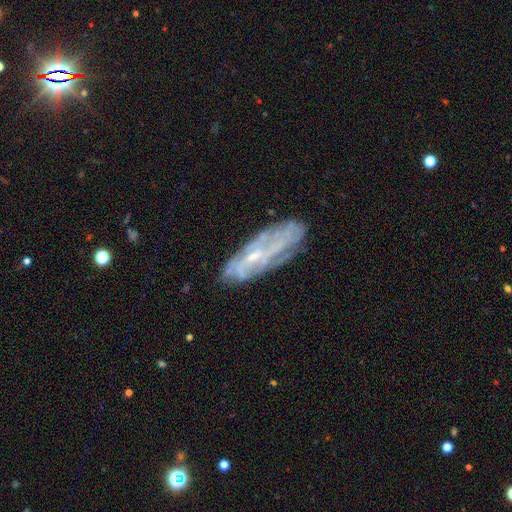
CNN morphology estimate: Smooth or featured?
  - featured or disk: 69% *
  - smooth: 21%
  - star or artifact: 9%
Edge-on disk?
  - no: 75% *
  - yes: 25%
Bar?
  - no: 54% *
  - weak: 32%
  - strong: 13%
Spiral arms?
  - yes: 64% *
  - no: 36%
Bulge size?
  - small: 70% *
  - moderate: 18%
  - none: 10%
  - large: 1%
  - dominant: 1%
Merging?
  - none: 71% *
  - minor disturbance: 19%
  - major disturbance: 7%
  - merger: 3%